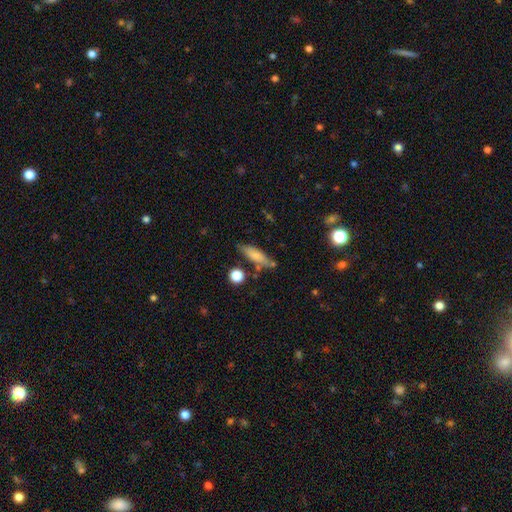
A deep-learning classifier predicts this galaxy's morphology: The model was most divided on "how rounded": cigar-shaped: 59%, in between: 38%, round: 3%. More confident: smooth or featured — smooth (73%); merging — none (69%).